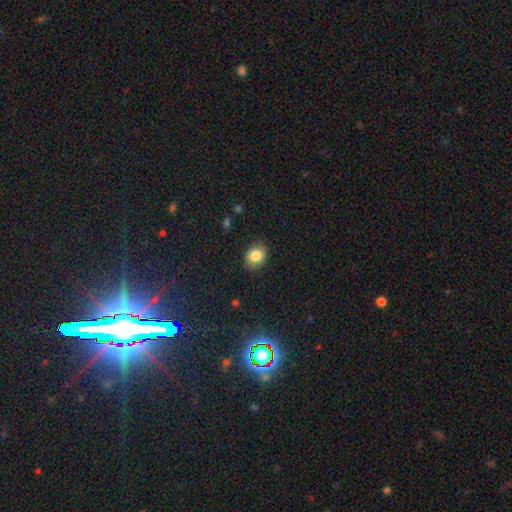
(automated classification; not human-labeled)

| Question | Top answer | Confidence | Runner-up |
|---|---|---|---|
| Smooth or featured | smooth | 84% | star or artifact (9%) |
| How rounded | in between | 59% | round (40%) |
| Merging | none | 83% | minor disturbance (13%) |